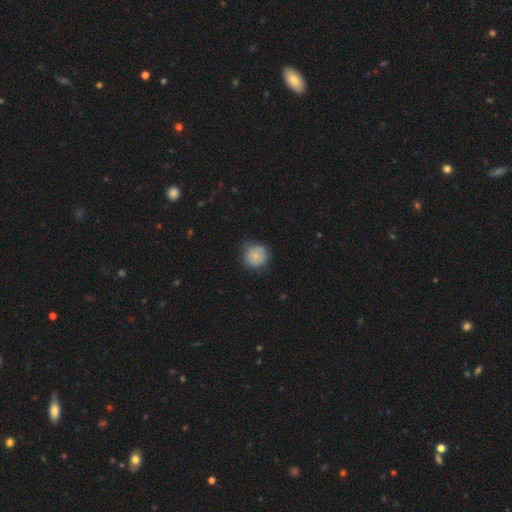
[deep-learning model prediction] This is clearly a smooth galaxy (81%). How rounded: clearly round (92%). Merging: likely none (77%).